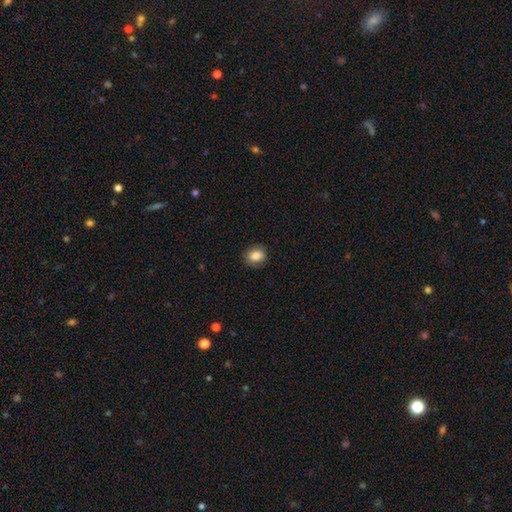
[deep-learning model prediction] A smooth galaxy with no disk features (85%) that is round (53%). Merging: none (86%).